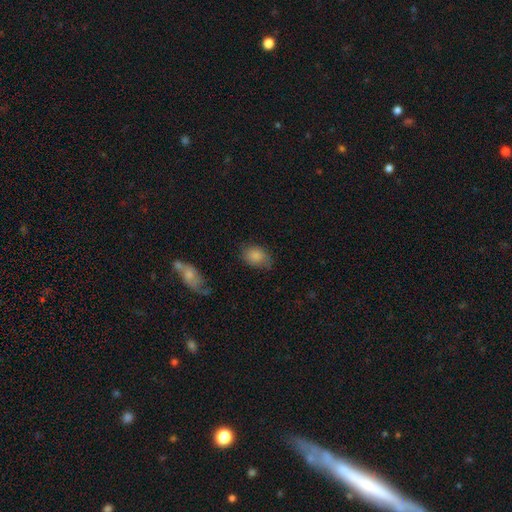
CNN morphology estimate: This appears to be a smooth galaxy with no disk features (83%) that is in between round and cigar-shaped (74%). Merging: none (65%).